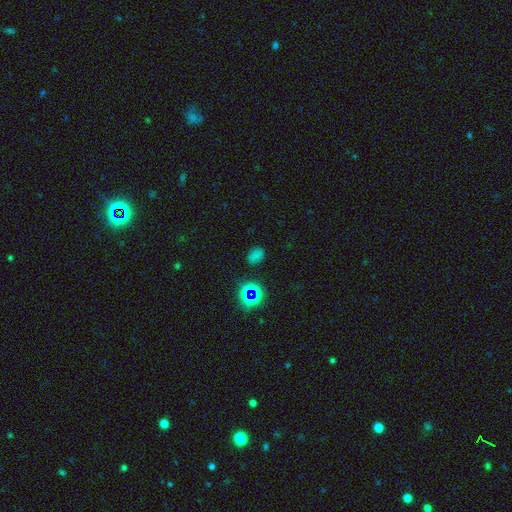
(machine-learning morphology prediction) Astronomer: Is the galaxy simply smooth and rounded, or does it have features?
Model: smooth — 58% (runner-up: star or artifact, 35%).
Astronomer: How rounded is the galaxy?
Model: in between — 67%.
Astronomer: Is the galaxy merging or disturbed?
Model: none — 77%.